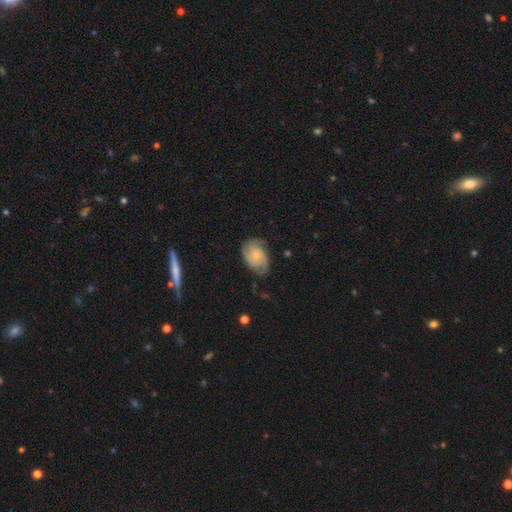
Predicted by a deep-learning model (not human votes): Q: Smooth or featured?
A: featured or disk (72%); runner-up: smooth (22%)
Q: Edge-on disk?
A: no (97%); runner-up: yes (3%)
Q: Bar?
A: no (78%); runner-up: weak (19%)
Q: Spiral arms?
A: yes (93%); runner-up: no (7%)
Q: Spiral winding?
A: tight (47%); runner-up: medium (39%)
Q: Spiral arm count?
A: 2 (37%); runner-up: 3 (25%)
Q: Bulge size?
A: small (68%); runner-up: moderate (27%)
Q: Merging?
A: none (63%); runner-up: minor disturbance (26%)